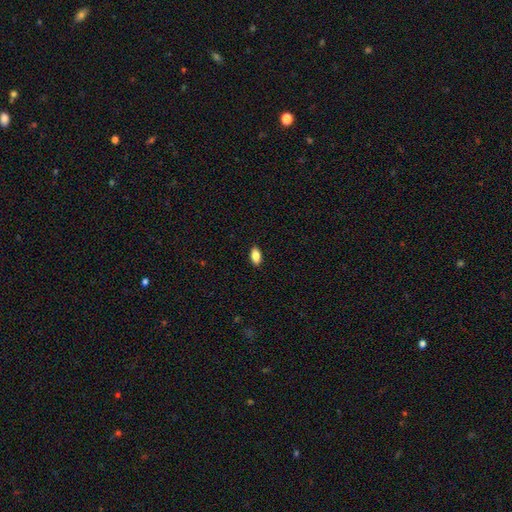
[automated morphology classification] smooth 85%, star or artifact 8%, featured or disk 7%. Down the decision tree: how rounded — in between (90%); merging — none (90%).